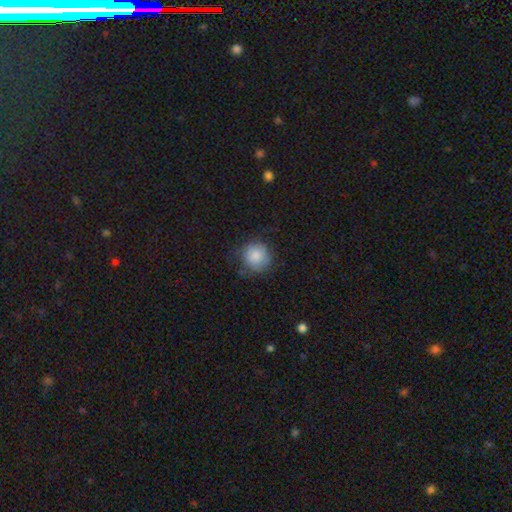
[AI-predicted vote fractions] This is clearly a smooth galaxy (84%). How rounded: clearly round (92%). Merging: likely none (68%).